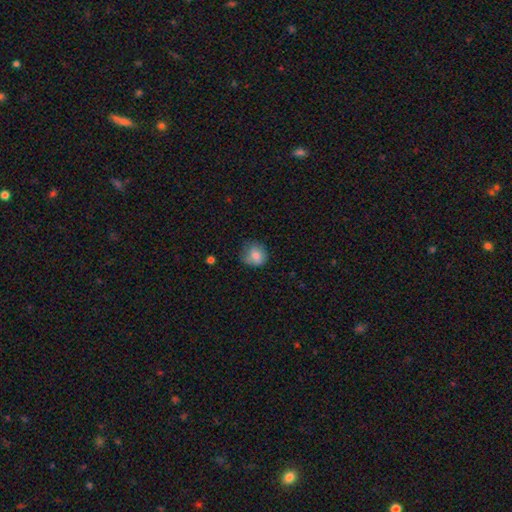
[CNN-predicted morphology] This appears to be a smooth galaxy with no disk features (80%) that is round (78%). Merging: none (61%).